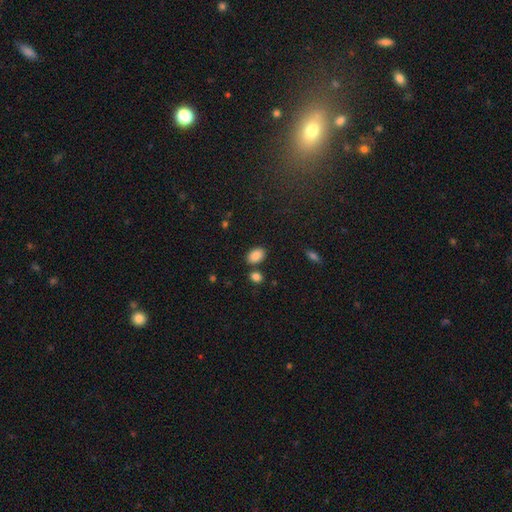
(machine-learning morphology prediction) type=smooth (86%); roundness=in between (87%); merging=none (77%).